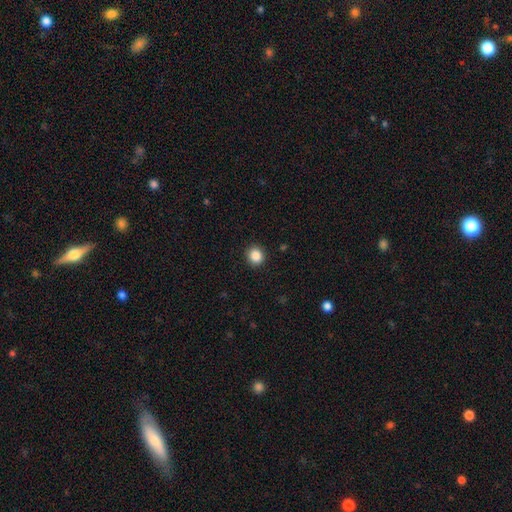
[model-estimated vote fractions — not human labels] Smooth or featured: smooth — 87% (star or artifact — 10%)
How rounded: round — 88% (in between — 11%)
Merging: none — 92% (minor disturbance — 6%)